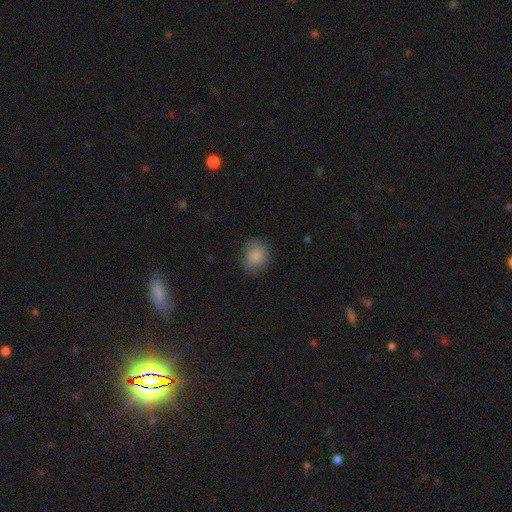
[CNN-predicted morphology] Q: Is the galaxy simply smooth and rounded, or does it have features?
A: smooth — 85%.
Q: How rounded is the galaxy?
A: round — 60%.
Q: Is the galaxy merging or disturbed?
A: none — 79%.